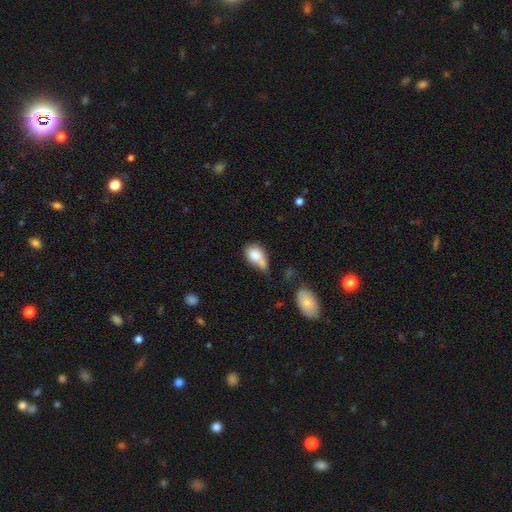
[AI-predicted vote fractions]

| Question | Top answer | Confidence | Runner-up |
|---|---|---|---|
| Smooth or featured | smooth | 79% | featured or disk (13%) |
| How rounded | in between | 74% | round (24%) |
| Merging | merger | 36% | none (27%) |